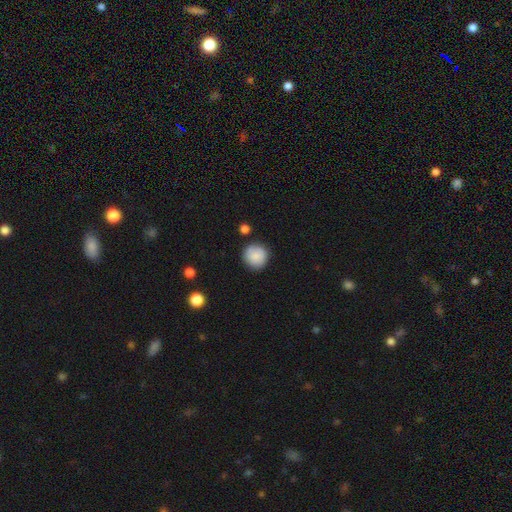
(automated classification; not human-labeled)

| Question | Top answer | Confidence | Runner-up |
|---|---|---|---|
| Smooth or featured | smooth | 87% | star or artifact (8%) |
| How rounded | round | 93% | in between (6%) |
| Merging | none | 84% | minor disturbance (10%) |